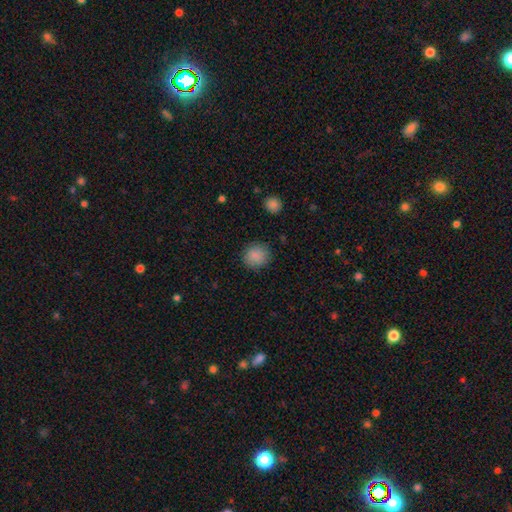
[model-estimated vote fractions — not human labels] This is clearly a smooth galaxy (87%). How rounded: clearly round (88%). Merging: clearly none (88%).